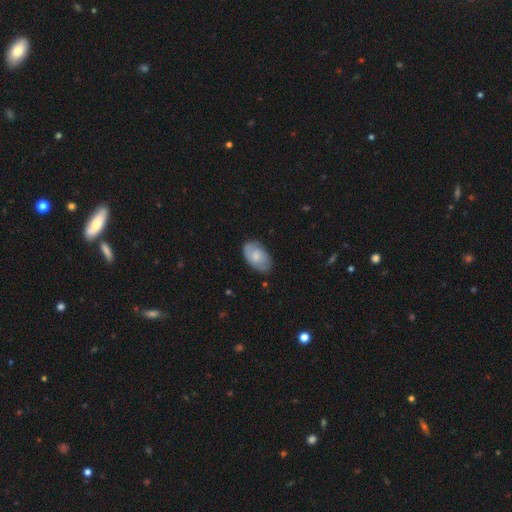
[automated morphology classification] Q: Smooth or featured?
A: smooth (62%); runner-up: featured or disk (32%)
Q: How rounded?
A: in between (92%); runner-up: round (6%)
Q: Merging?
A: none (75%); runner-up: minor disturbance (19%)